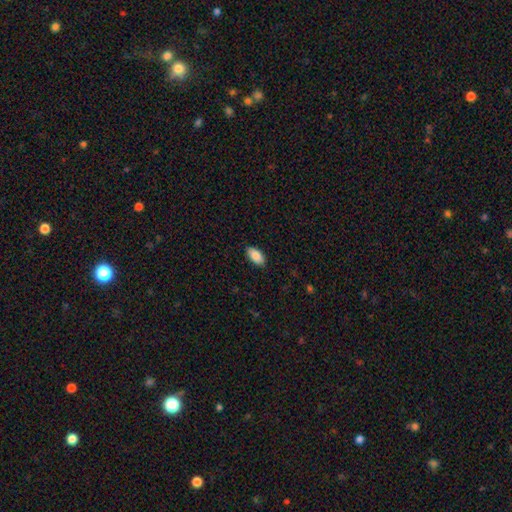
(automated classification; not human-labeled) Q: Smooth or featured?
A: smooth (88%); runner-up: star or artifact (6%)
Q: How rounded?
A: in between (94%); runner-up: cigar-shaped (4%)
Q: Merging?
A: none (88%); runner-up: minor disturbance (9%)